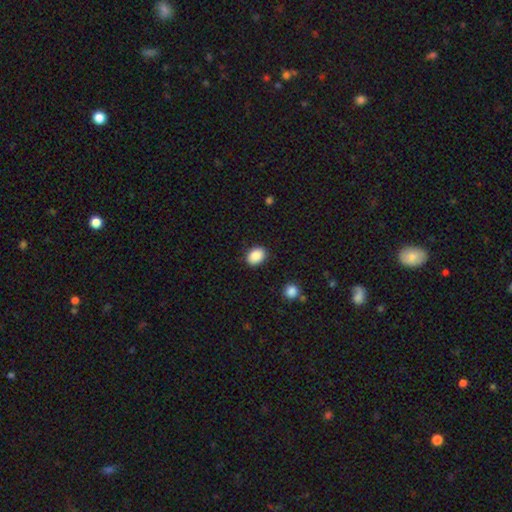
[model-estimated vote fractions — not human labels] A smooth galaxy with no disk features (89%) that is in between round and cigar-shaped (71%). Merging: none (88%).